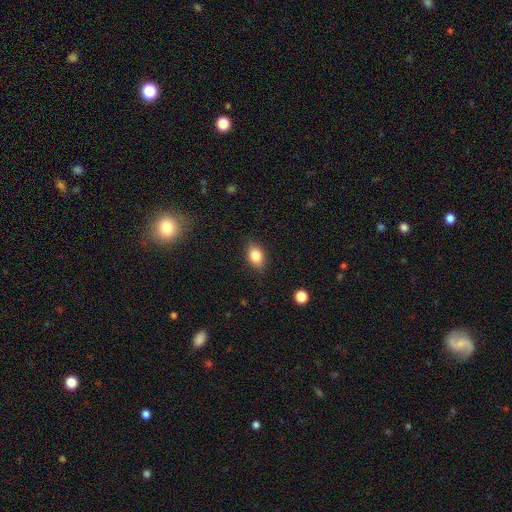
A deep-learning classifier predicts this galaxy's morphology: Smooth or featured?
  - smooth: 82% *
  - star or artifact: 9%
  - featured or disk: 9%
How rounded?
  - in between: 79% *
  - round: 19%
  - cigar-shaped: 2%
Merging?
  - none: 85% *
  - minor disturbance: 12%
  - major disturbance: 3%
  - merger: 1%